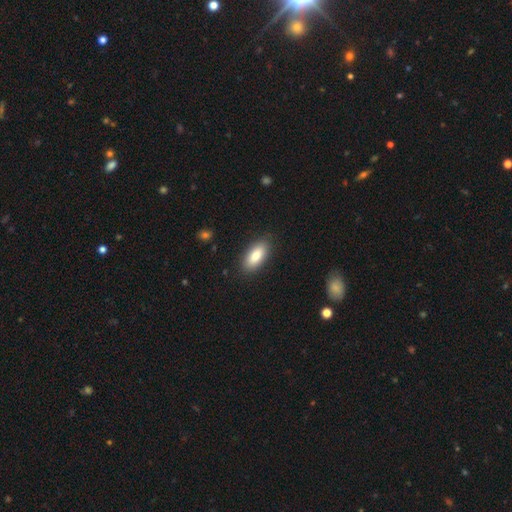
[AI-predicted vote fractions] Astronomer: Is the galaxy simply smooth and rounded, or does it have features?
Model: smooth — 83%.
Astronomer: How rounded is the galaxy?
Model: in between — 88%.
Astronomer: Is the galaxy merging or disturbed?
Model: none — 87%.